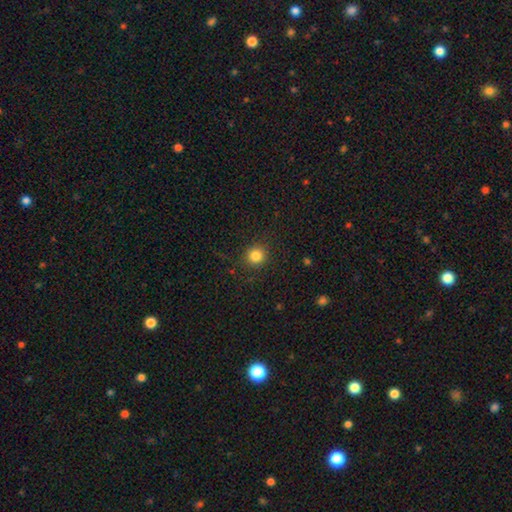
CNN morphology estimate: Q: Smooth or featured?
A: smooth (84%); runner-up: star or artifact (12%)
Q: How rounded?
A: round (90%); runner-up: in between (9%)
Q: Merging?
A: none (88%); runner-up: minor disturbance (8%)